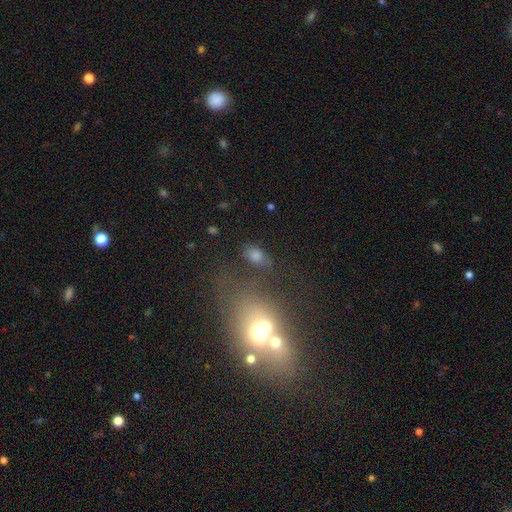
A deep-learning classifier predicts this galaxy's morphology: The model was most divided on "merging": none: 58%, minor disturbance: 20%, major disturbance: 13%, merger: 10%. More confident: how rounded — in between (82%); smooth or featured — smooth (72%).